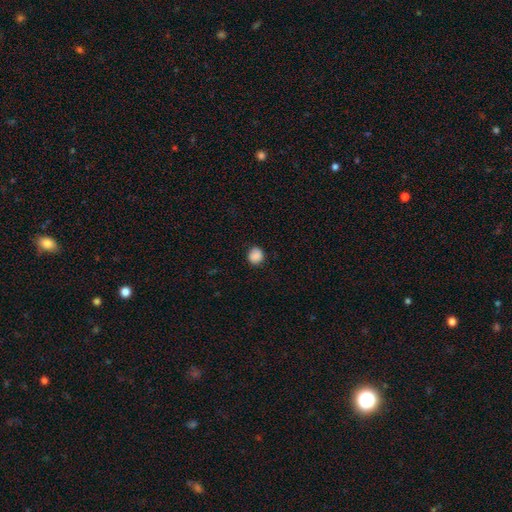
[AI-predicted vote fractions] Morphology: type=smooth (88%); roundness=round (86%); merging=none (88%).